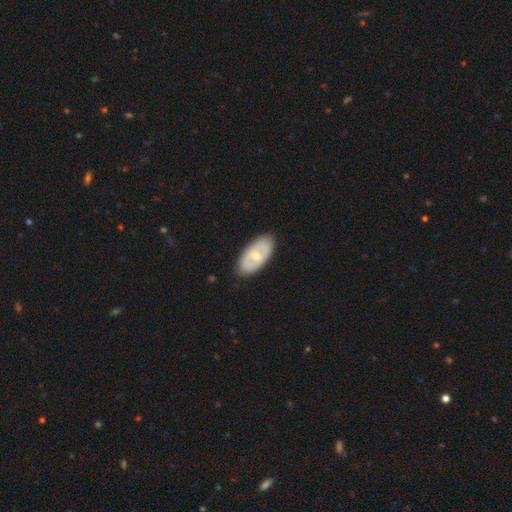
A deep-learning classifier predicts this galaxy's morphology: Q: Smooth or featured?
A: featured or disk (52%); runner-up: smooth (43%)
Q: Edge-on disk?
A: no (90%); runner-up: yes (10%)
Q: Merging?
A: none (86%); runner-up: minor disturbance (11%)